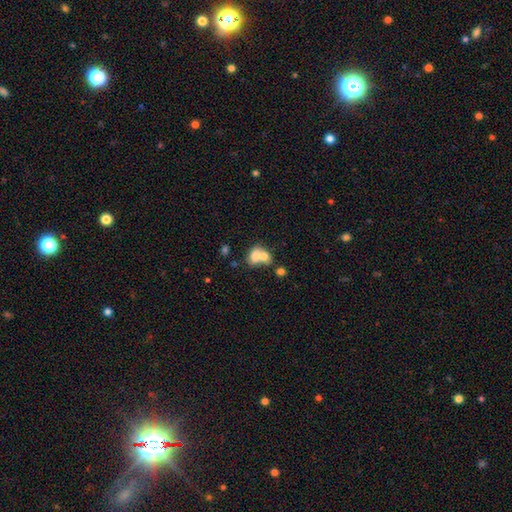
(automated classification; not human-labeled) Q: Smooth or featured?
A: smooth (72%); runner-up: featured or disk (19%)
Q: How rounded?
A: in between (68%); runner-up: round (31%)
Q: Merging?
A: merger (69%); runner-up: none (20%)